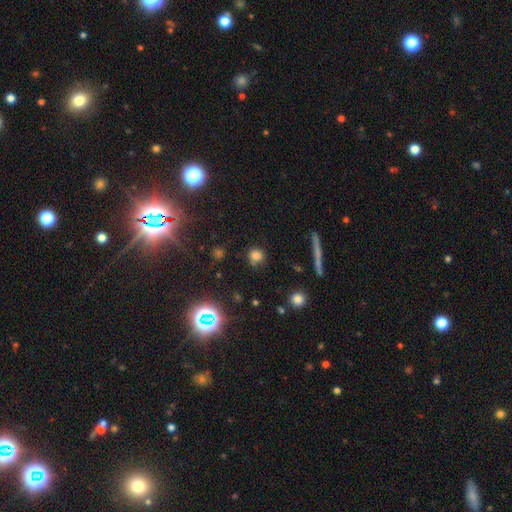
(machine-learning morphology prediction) A smooth galaxy with no disk features (75%) that is round (87%).

Vote fractions:
- Smooth or featured? smooth: 75% / star or artifact: 18% / featured or disk: 7%
- How rounded? round: 87% / in between: 11% / cigar-shaped: 2%
- Merging? none: 79% / minor disturbance: 12% / merger: 5% / major disturbance: 4%